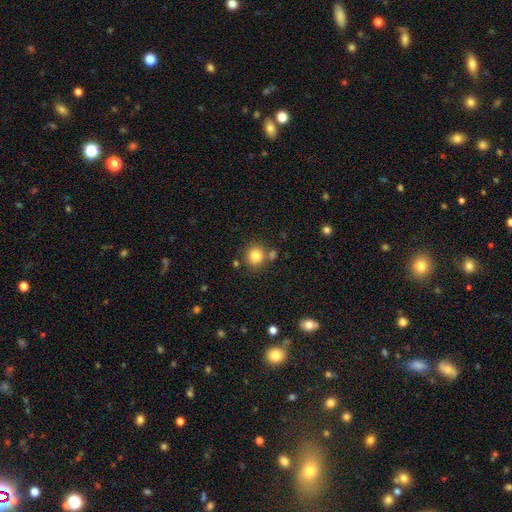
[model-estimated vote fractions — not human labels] Smooth or featured? smooth (83%)
How rounded? round (88%)
Merging? none (76%)